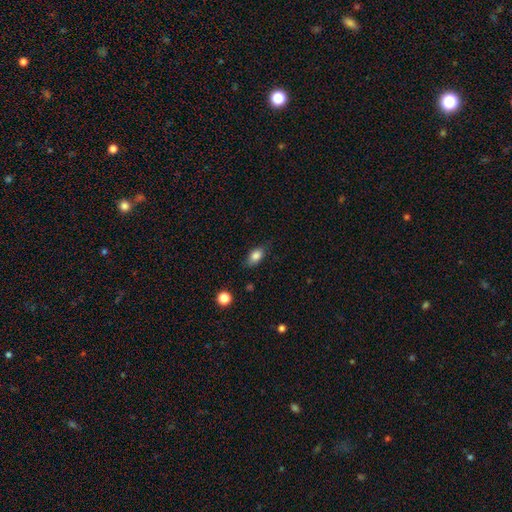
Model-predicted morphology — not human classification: smooth_or_featured: smooth (p=0.83) [alt: star or artifact p=0.09]
how_rounded: in between (p=0.85) [alt: round p=0.11]
merging: none (p=0.76) [alt: minor disturbance p=0.18]